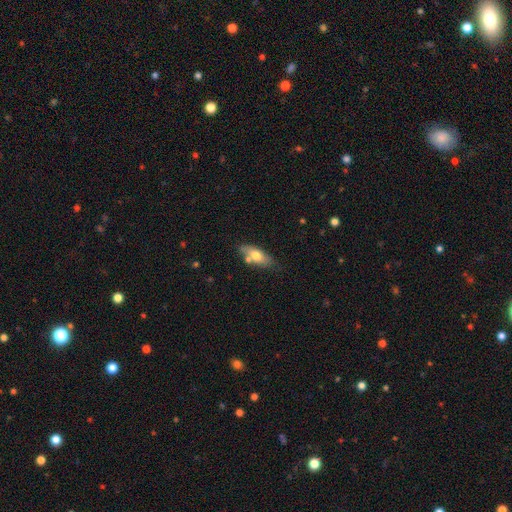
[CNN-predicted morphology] Overall: smooth (68%). How rounded: in between (78%). Merging: none (66%).